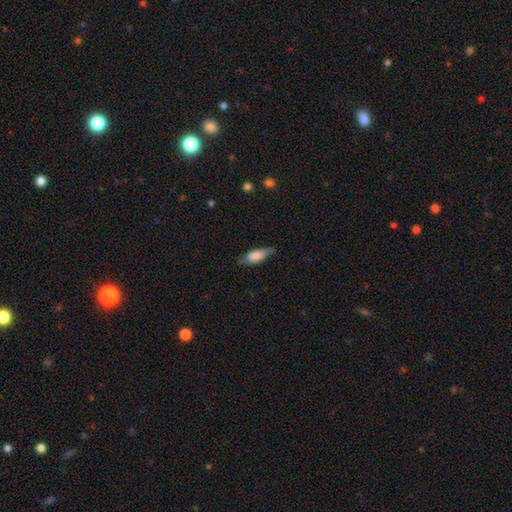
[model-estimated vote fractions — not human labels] Overall: smooth (72%). How rounded: in between (61%; cigar-shaped 37%). Merging: none (69%).